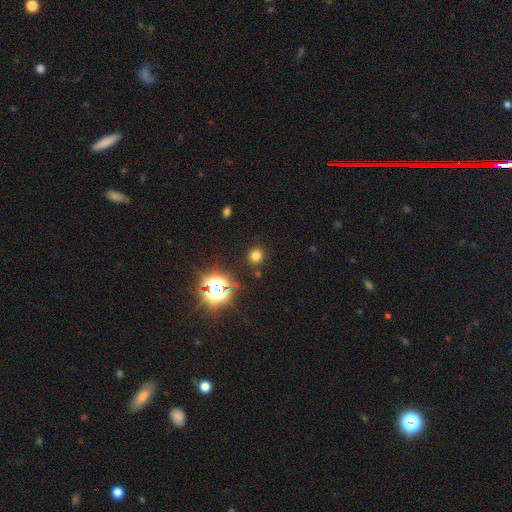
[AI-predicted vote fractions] smooth-or-featured: smooth: 72% | star or artifact: 23% | featured or disk: 5%
  how-rounded: round: 91% | in between: 8% | cigar-shaped: 1%
  merging: none: 89% | minor disturbance: 6% | major disturbance: 3% | merger: 2%